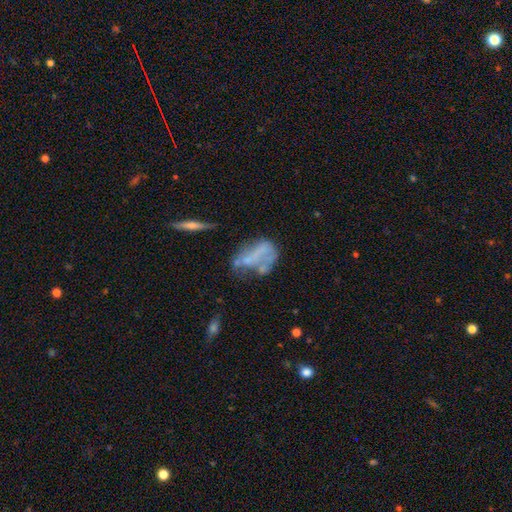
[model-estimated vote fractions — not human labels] Smooth or featured? featured or disk (51%)
Edge-on disk? no (92%)
Merging? none (32%)